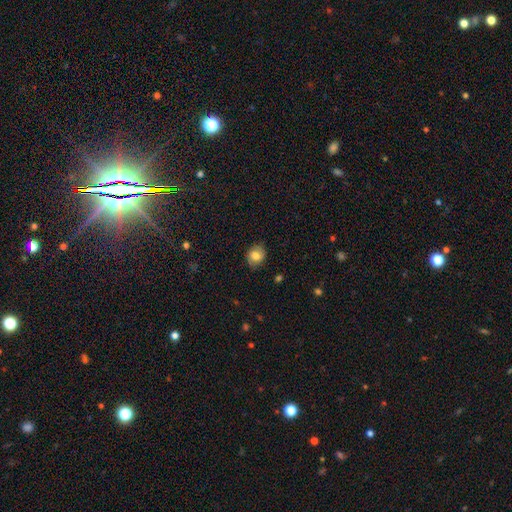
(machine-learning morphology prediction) This appears to be a smooth galaxy with no disk features (75%) that is round (61%). Merging: none (82%).